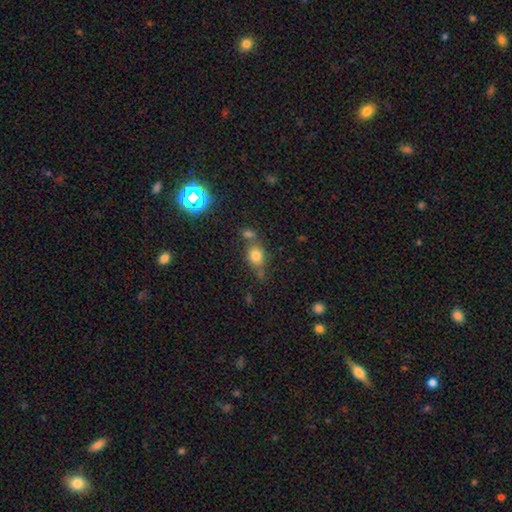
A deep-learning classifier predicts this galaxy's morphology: type=smooth (76%); roundness=round (56%); merging=none (52%).